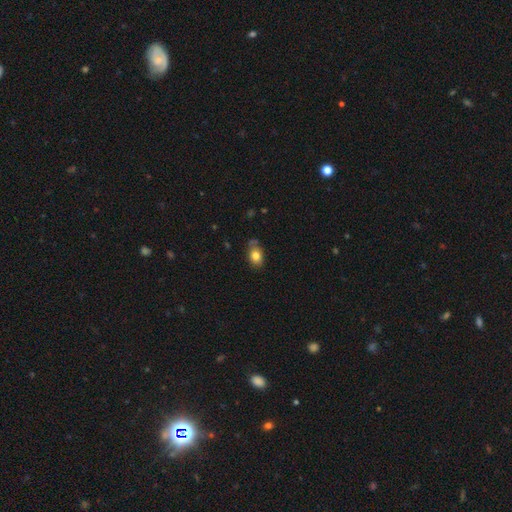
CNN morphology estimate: smooth-or-featured: smooth: 79% | featured or disk: 12% | star or artifact: 9%
  how-rounded: in between: 76% | round: 22% | cigar-shaped: 2%
  merging: none: 66% | minor disturbance: 24% | major disturbance: 5% | merger: 4%